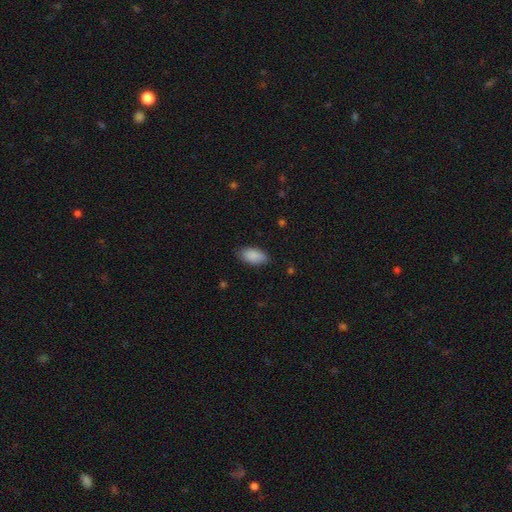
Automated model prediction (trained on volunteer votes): This is clearly a smooth galaxy (88%). How rounded: clearly in between (93%). Merging: clearly none (84%).